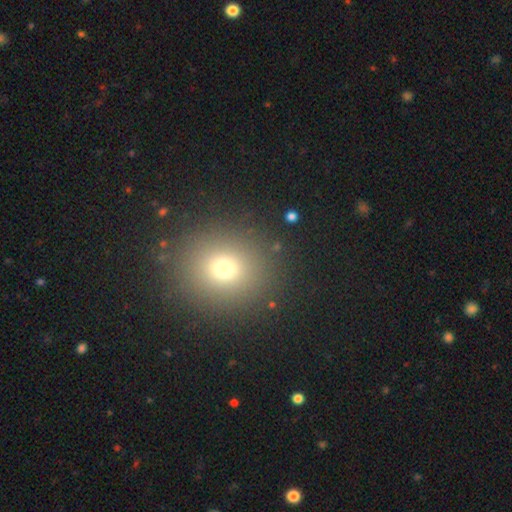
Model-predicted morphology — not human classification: Smooth or featured: smooth — 68% (star or artifact — 24%)
How rounded: round — 82% (in between — 17%)
Merging: none — 91% (minor disturbance — 6%)